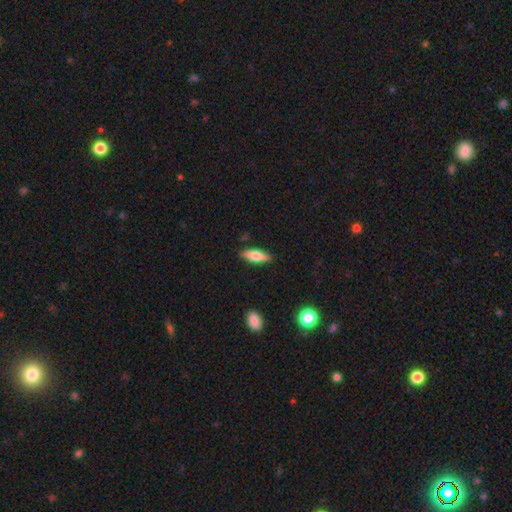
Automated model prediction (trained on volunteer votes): Smooth or featured: smooth — 66% (featured or disk — 28%)
How rounded: in between — 52% (cigar-shaped — 46%)
Merging: none — 87% (minor disturbance — 10%)